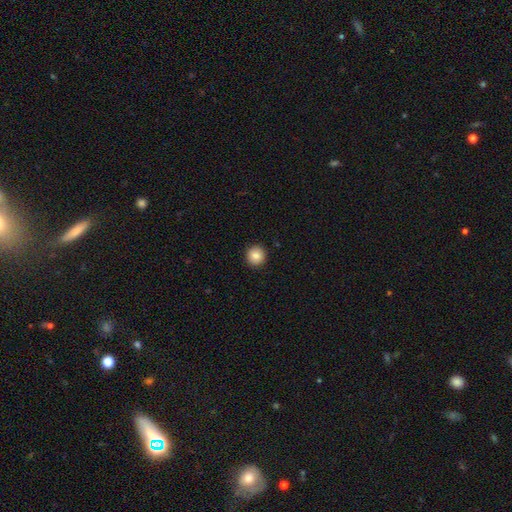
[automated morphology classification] smooth 85%, star or artifact 9%, featured or disk 6%. Down the decision tree: how rounded — round (93%); merging — none (93%).